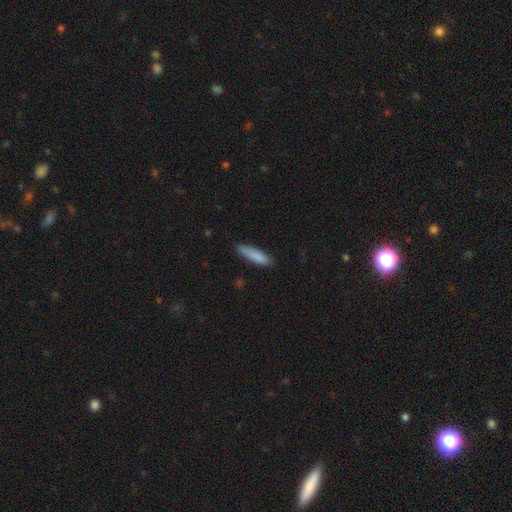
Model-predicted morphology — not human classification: Smooth or featured? Predicted: smooth (p=0.87). How rounded? Predicted: cigar-shaped (p=0.69). Merging? Predicted: none (p=0.78).